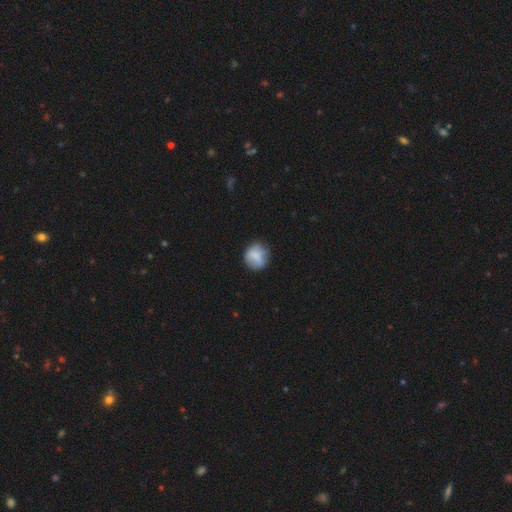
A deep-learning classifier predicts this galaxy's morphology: type=smooth (76%); roundness=round (84%); merging=none (72%).